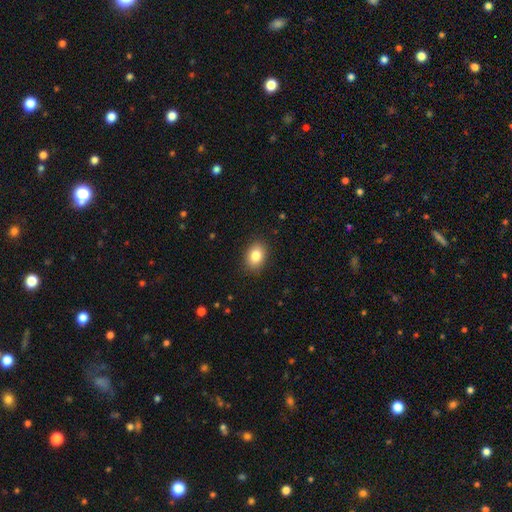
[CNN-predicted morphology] This is clearly a smooth galaxy (84%). How rounded: likely in between (71%). Merging: clearly none (89%).